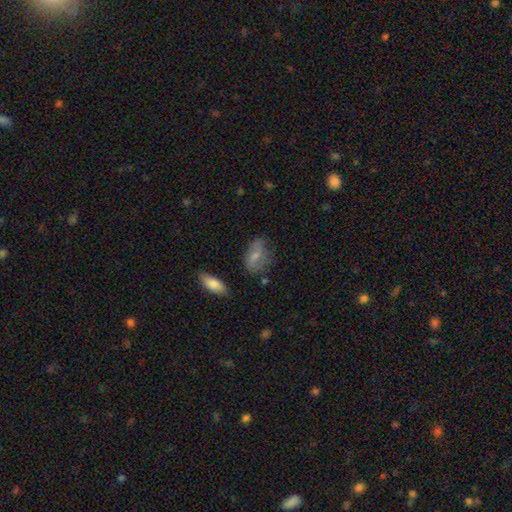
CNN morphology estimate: A smooth galaxy with no disk features (70%) that is in between round and cigar-shaped (84%). Merging: none (54%).